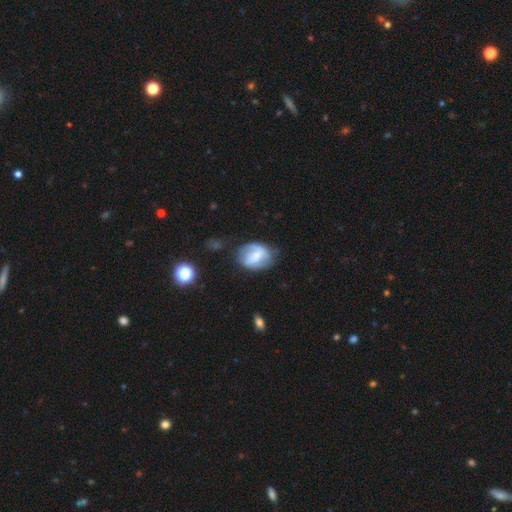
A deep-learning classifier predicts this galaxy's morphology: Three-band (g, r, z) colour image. It shows a featured or disk galaxy (60%) with a weak bar (48%), spiral arms (81%) and a small central bulge (40%). Merging: none (62%).